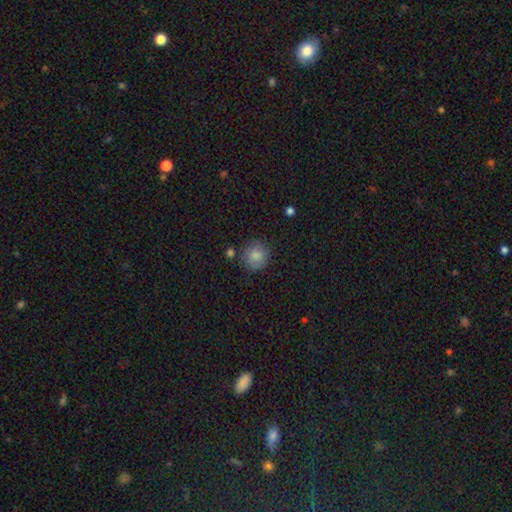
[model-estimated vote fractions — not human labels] smooth_or_featured: smooth (p=0.84) [alt: star or artifact p=0.09]
how_rounded: round (p=0.90) [alt: in between p=0.09]
merging: none (p=0.80) [alt: minor disturbance p=0.13]